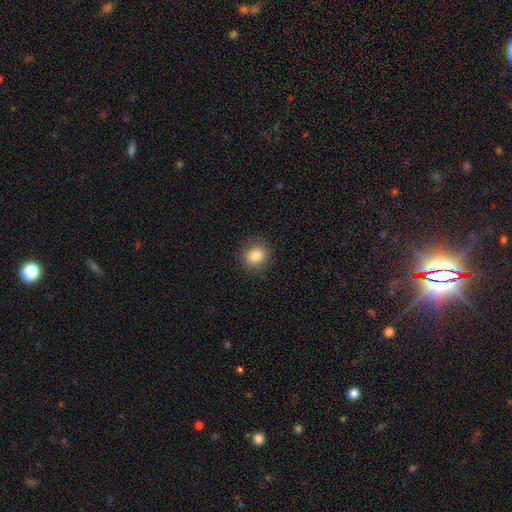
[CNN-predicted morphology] type=smooth (84%); roundness=round (74%); merging=none (88%).